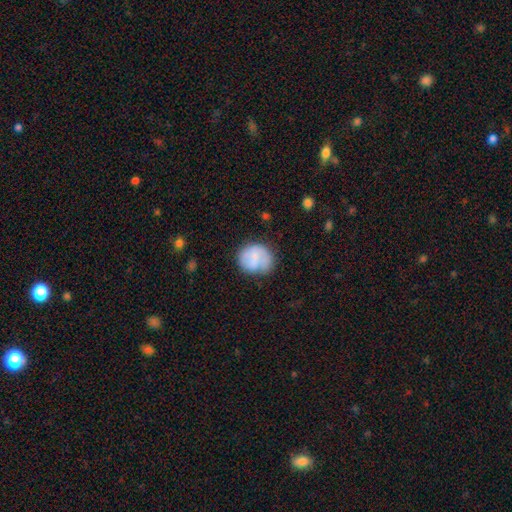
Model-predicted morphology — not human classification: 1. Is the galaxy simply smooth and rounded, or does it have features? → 66% smooth, 27% featured or disk, 7% star or artifact.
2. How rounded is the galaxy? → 75% round, 24% in between, 1% cigar-shaped.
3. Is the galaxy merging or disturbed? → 60% none, 25% minor disturbance, 10% major disturbance, 5% merger.